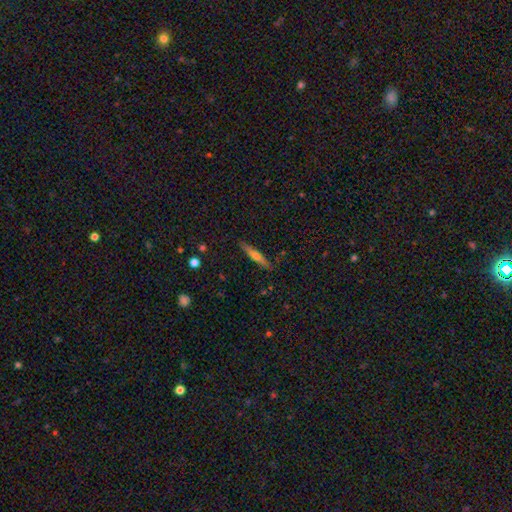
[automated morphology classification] This is possibly a featured or disk galaxy (53%). It is clearly viewed edge-on (95%). Edge-on bulge: clearly rounded (84%). Merging: clearly none (89%).